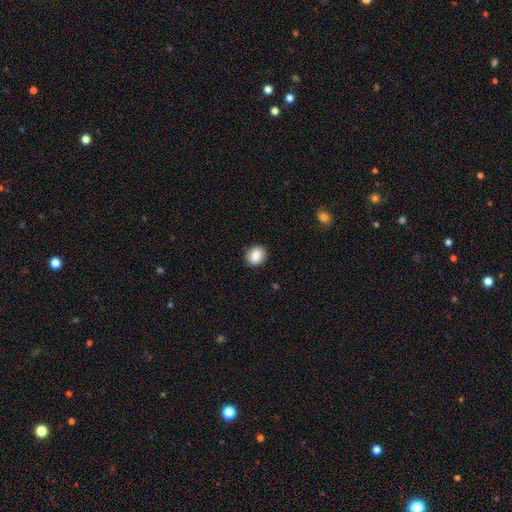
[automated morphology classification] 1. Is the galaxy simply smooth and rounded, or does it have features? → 85% smooth, 8% star or artifact, 7% featured or disk.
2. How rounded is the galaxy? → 63% round, 36% in between, 1% cigar-shaped.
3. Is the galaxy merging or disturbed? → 88% none, 9% minor disturbance, 2% major disturbance, 1% merger.